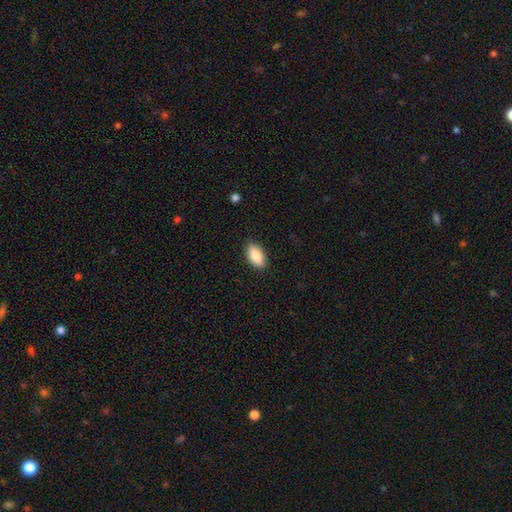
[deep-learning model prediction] A smooth galaxy with no disk features (84%) that is in between round and cigar-shaped (89%).

Vote fractions:
- Smooth or featured? smooth: 84% / featured or disk: 9% / star or artifact: 6%
- How rounded? in between: 89% / cigar-shaped: 8% / round: 3%
- Merging? none: 88% / minor disturbance: 9% / major disturbance: 2% / merger: 1%